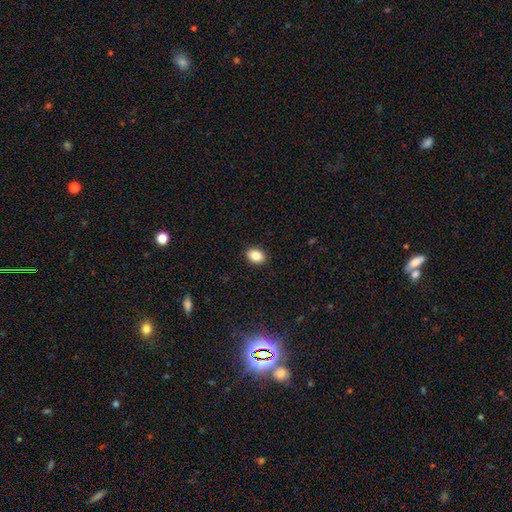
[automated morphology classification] smooth_or_featured: smooth (p=0.87) [alt: star or artifact p=0.09]
how_rounded: in between (p=0.70) [alt: round p=0.29]
merging: none (p=0.90) [alt: minor disturbance p=0.07]